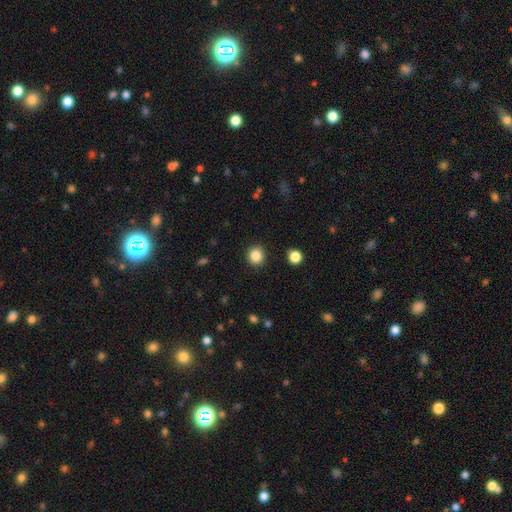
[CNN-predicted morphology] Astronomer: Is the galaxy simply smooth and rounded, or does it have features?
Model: smooth — 86%.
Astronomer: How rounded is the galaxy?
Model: round — 90%.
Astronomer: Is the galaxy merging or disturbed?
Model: none — 91%.